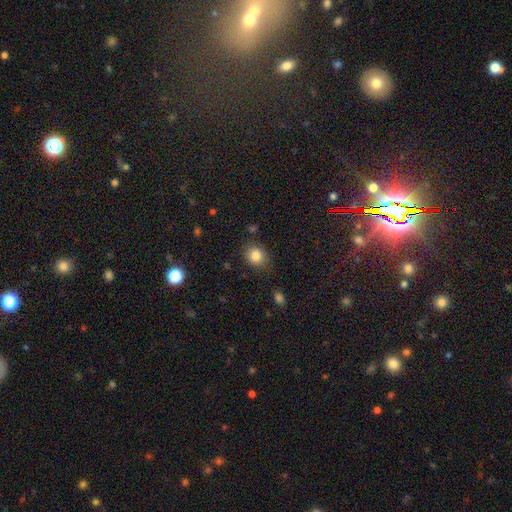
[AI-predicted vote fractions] Smooth or featured? smooth (84%)
How rounded? round (69%)
Merging? none (79%)